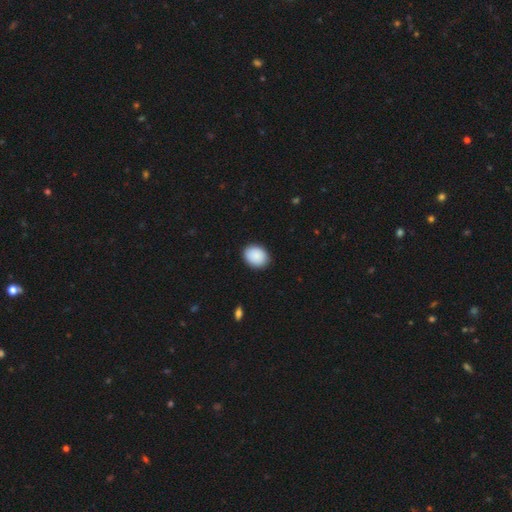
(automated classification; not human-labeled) Smooth or featured? smooth (90%)
How rounded? in between (61%)
Merging? none (89%)